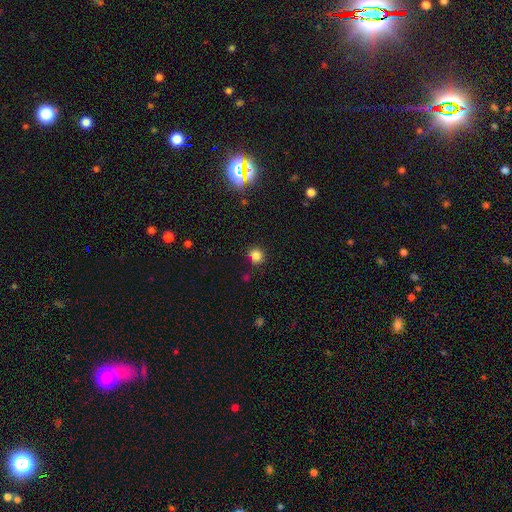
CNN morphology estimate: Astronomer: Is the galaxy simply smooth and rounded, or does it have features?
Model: smooth — 83%.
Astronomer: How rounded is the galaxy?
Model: round — 89%.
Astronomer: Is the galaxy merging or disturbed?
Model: none — 85%.